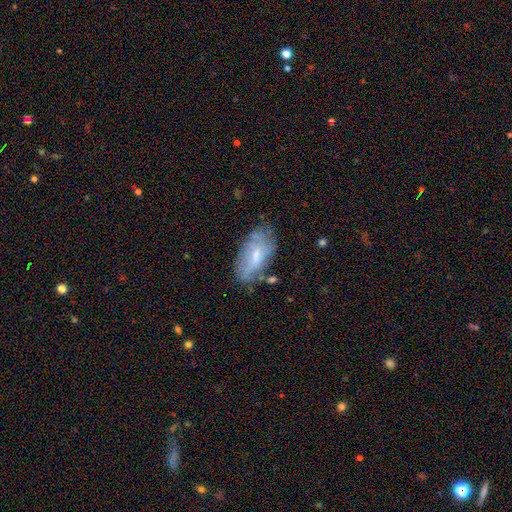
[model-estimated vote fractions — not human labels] Overall: smooth (53%; featured or disk 40%). How rounded: in between (91%). Merging: none (59%; minor disturbance 27%).